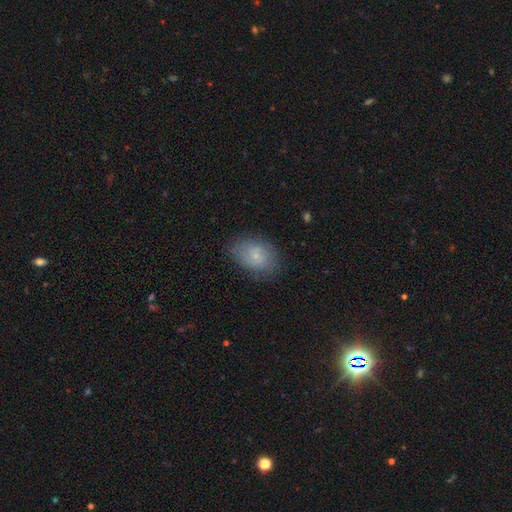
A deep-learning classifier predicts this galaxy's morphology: smooth-or-featured: smooth: 71% | featured or disk: 20% | star or artifact: 9%
  how-rounded: in between: 81% | round: 18% | cigar-shaped: 1%
  merging: none: 74% | minor disturbance: 19% | major disturbance: 6% | merger: 1%